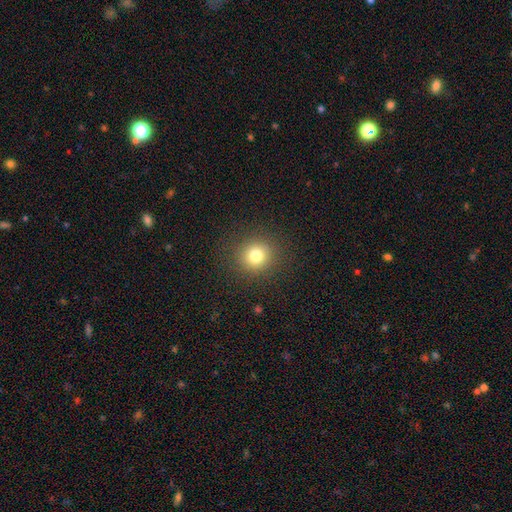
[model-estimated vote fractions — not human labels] Smooth or featured?
  - smooth: 79% *
  - star or artifact: 13%
  - featured or disk: 8%
How rounded?
  - round: 90% *
  - in between: 9%
  - cigar-shaped: 1%
Merging?
  - none: 89% *
  - minor disturbance: 7%
  - major disturbance: 3%
  - merger: 1%